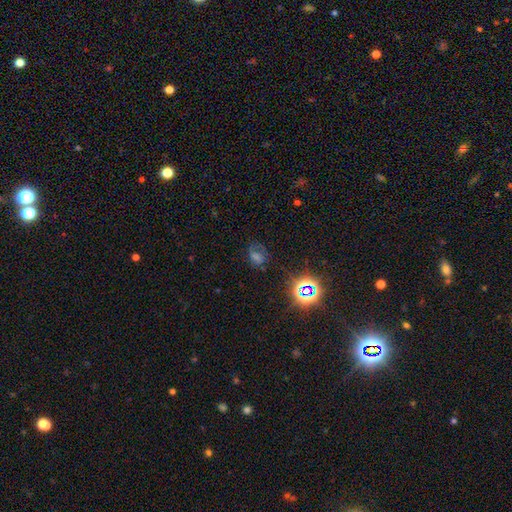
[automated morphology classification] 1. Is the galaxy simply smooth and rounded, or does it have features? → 41% star or artifact, 38% smooth, 22% featured or disk.